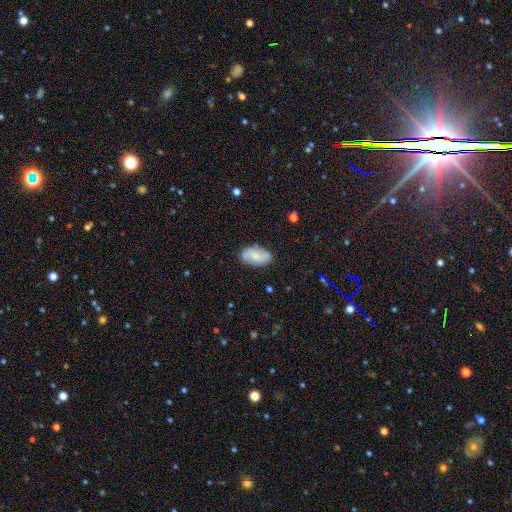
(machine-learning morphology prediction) smooth-or-featured: smooth: 63% | featured or disk: 30% | star or artifact: 7%
  how-rounded: in between: 94% | round: 4% | cigar-shaped: 2%
  merging: none: 82% | minor disturbance: 14% | major disturbance: 3% | merger: 1%